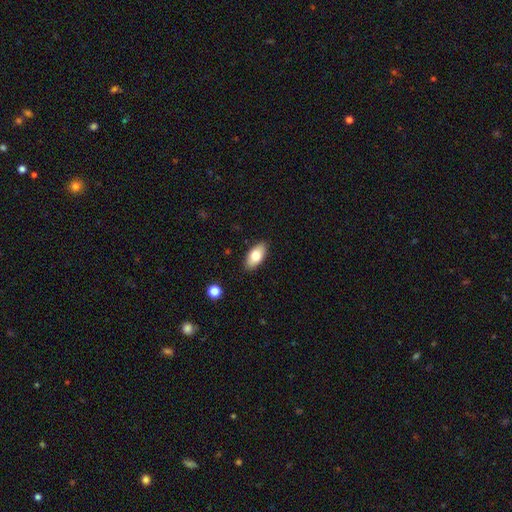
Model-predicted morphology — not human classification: The model was most divided on "smooth or featured": smooth: 77%, featured or disk: 17%, star or artifact: 7%. More confident: how rounded — in between (92%); merging — none (88%).